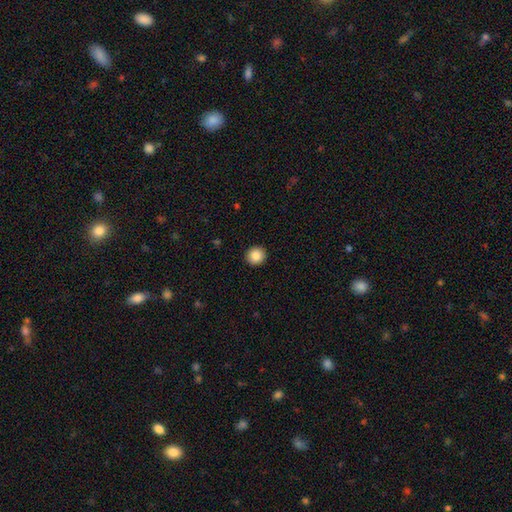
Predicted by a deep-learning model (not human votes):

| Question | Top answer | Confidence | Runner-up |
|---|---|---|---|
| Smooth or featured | smooth | 86% | star or artifact (9%) |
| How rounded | round | 91% | in between (8%) |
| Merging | none | 93% | minor disturbance (5%) |